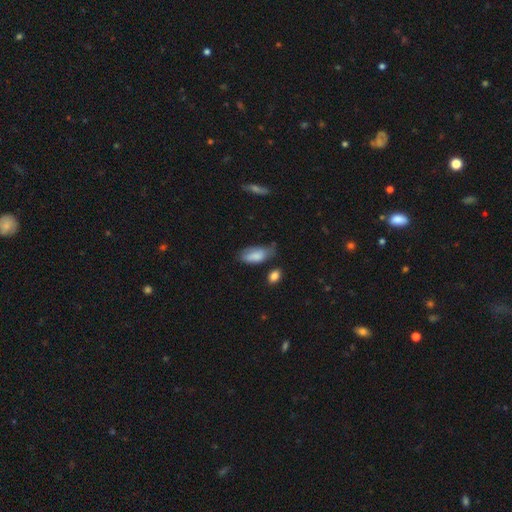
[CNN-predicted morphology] Smooth or featured?
  - smooth: 80% *
  - featured or disk: 13%
  - star or artifact: 7%
How rounded?
  - in between: 90% *
  - cigar-shaped: 8%
  - round: 3%
Merging?
  - none: 46% *
  - minor disturbance: 38%
  - major disturbance: 11%
  - merger: 5%